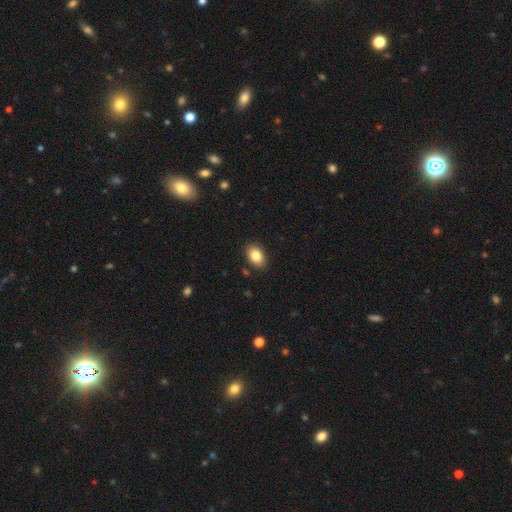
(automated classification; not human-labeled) Smooth or featured? Predicted: smooth (p=0.85). How rounded? Predicted: in between (p=0.86). Merging? Predicted: none (p=0.87).